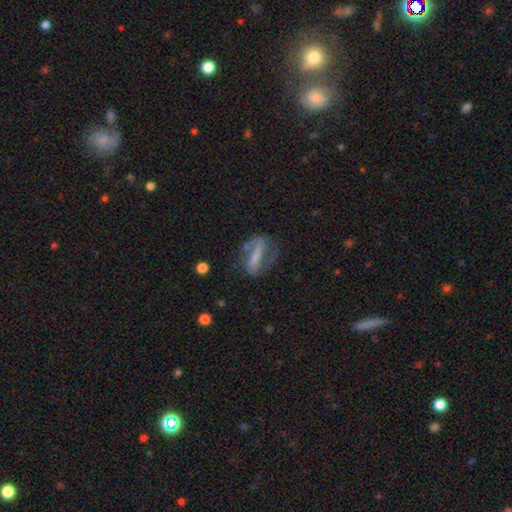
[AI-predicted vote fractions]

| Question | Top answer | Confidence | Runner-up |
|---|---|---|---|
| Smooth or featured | featured or disk | 68% | smooth (24%) |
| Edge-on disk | no | 92% | yes (8%) |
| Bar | strong | 64% | weak (22%) |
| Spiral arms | yes | 80% | no (20%) |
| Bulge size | none | 41% | small (26%) |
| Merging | none | 55% | major disturbance (20%) |